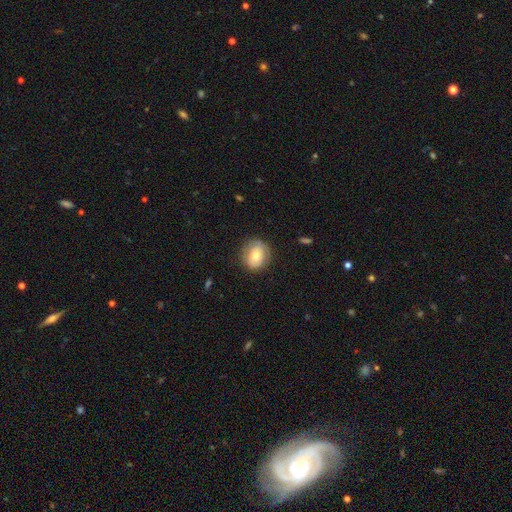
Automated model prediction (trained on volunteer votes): Overall: smooth (71%). How rounded: round (67%; in between 32%). Merging: none (79%).